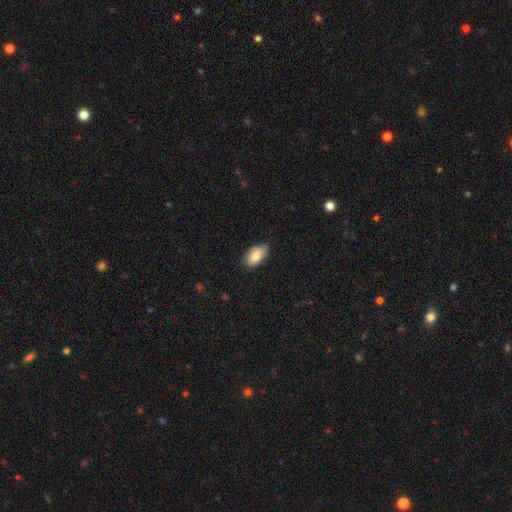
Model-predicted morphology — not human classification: This appears to be a smooth galaxy with no disk features (82%) that is in between round and cigar-shaped (94%). Merging: none (66%).